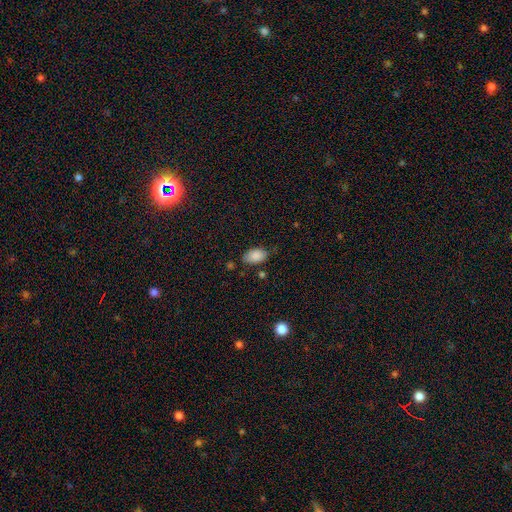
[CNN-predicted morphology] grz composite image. It shows a smooth galaxy with no disk features (88%) that is in between round and cigar-shaped (92%). Merging: none (75%).